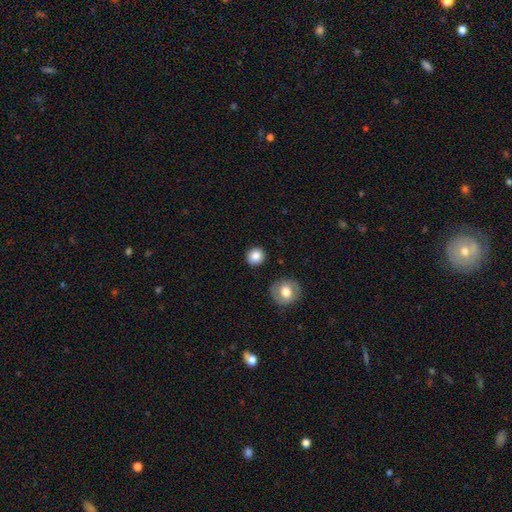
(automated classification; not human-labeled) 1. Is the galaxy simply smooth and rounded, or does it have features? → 84% smooth, 9% star or artifact, 7% featured or disk.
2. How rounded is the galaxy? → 88% round, 11% in between, 1% cigar-shaped.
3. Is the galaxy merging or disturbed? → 88% none, 7% minor disturbance, 3% merger, 2% major disturbance.